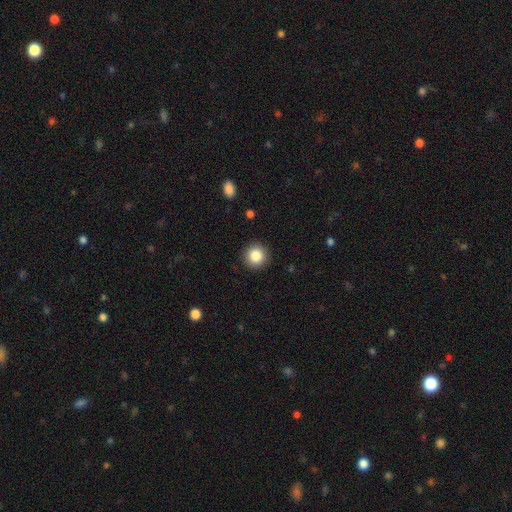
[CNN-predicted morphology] smooth 85%, star or artifact 9%, featured or disk 6%. Down the decision tree: how rounded — round (95%); merging — none (92%).